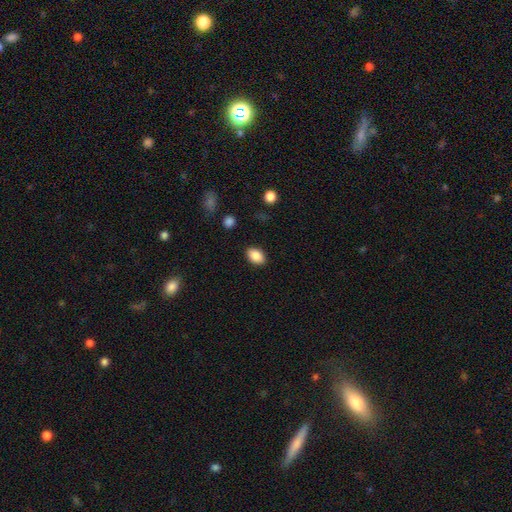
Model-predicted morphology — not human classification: This appears to be a smooth galaxy with no disk features (88%) that is in between round and cigar-shaped (88%). Merging: none (88%).